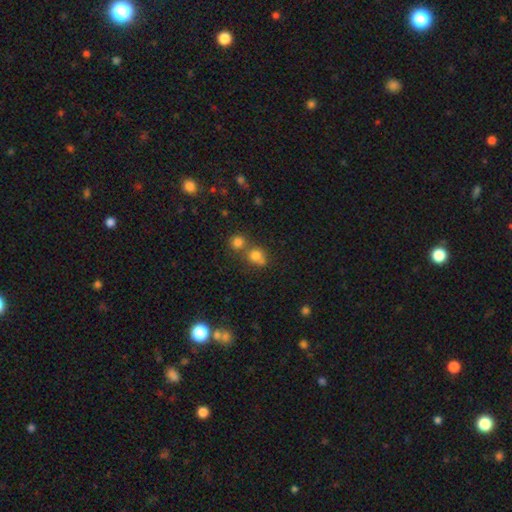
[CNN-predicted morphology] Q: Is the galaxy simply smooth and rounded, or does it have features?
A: smooth — 76%.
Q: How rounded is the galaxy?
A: round — 68%.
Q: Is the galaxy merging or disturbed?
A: none — 44%.